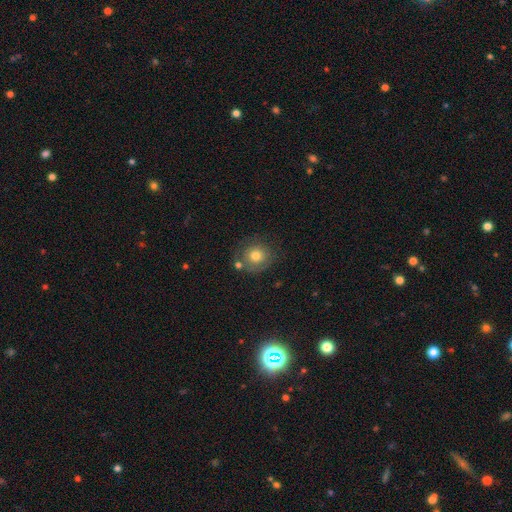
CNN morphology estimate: smooth 68%, featured or disk 22%, star or artifact 10%. Down the decision tree: how rounded — round (86%); merging — none (69%).